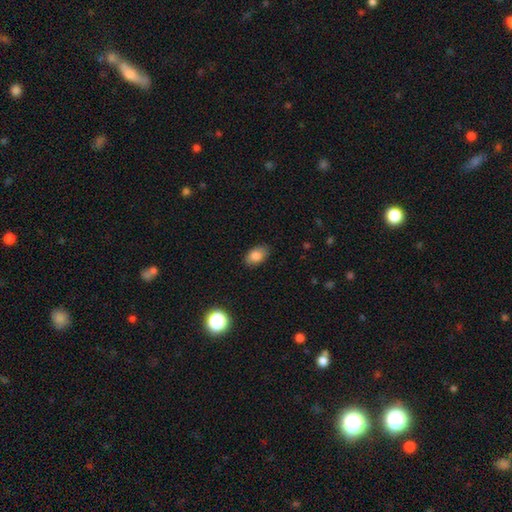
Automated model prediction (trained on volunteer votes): A smooth galaxy with no disk features (83%) that is in between round and cigar-shaped (88%).

Vote fractions:
- Smooth or featured? smooth: 83% / star or artifact: 9% / featured or disk: 8%
- How rounded? in between: 88% / round: 10% / cigar-shaped: 1%
- Merging? none: 83% / minor disturbance: 13% / major disturbance: 3% / merger: 1%